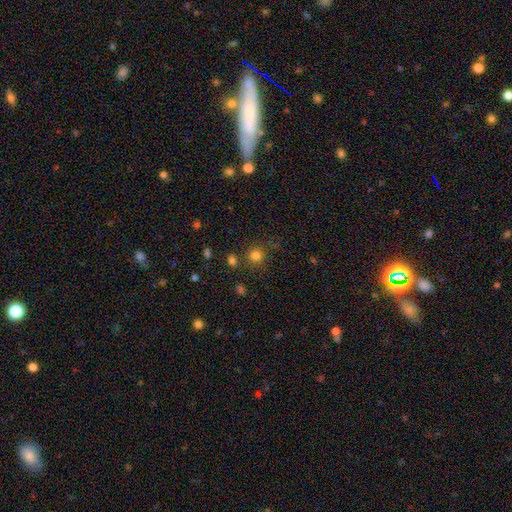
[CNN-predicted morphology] Smooth or featured? Predicted: smooth (p=0.80). How rounded? Predicted: round (p=0.90). Merging? Predicted: none (p=0.80).